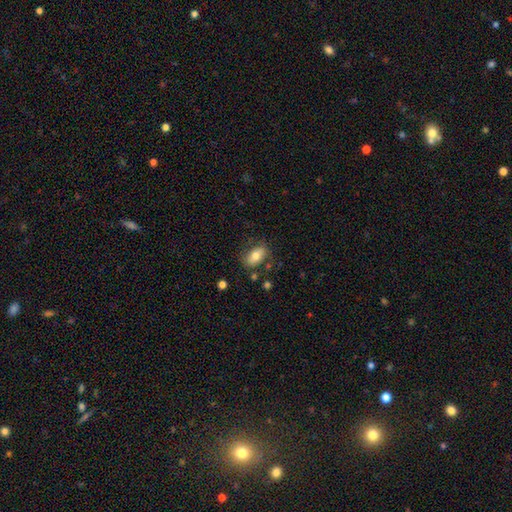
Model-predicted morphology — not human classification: The model was most divided on "smooth or featured": smooth: 75%, featured or disk: 18%, star or artifact: 8%. More confident: how rounded — in between (89%); merging — none (75%).